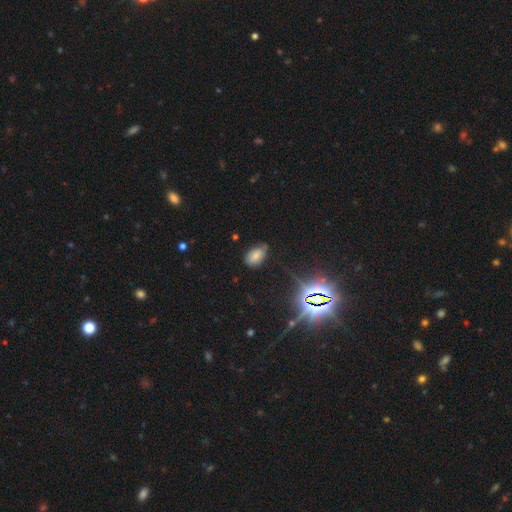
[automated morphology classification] smooth-or-featured: smooth: 66% | star or artifact: 20% | featured or disk: 14%
  how-rounded: in between: 91% | round: 8% | cigar-shaped: 1%
  merging: none: 66% | minor disturbance: 26% | major disturbance: 5% | merger: 2%